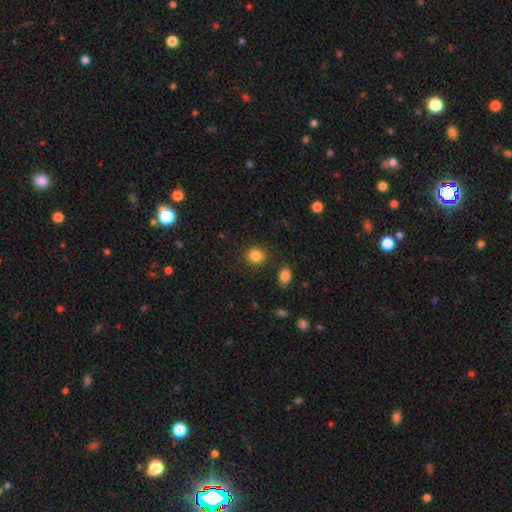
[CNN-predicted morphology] Q: Smooth or featured?
A: smooth (86%); runner-up: star or artifact (10%)
Q: How rounded?
A: round (78%); runner-up: in between (21%)
Q: Merging?
A: none (86%); runner-up: minor disturbance (8%)